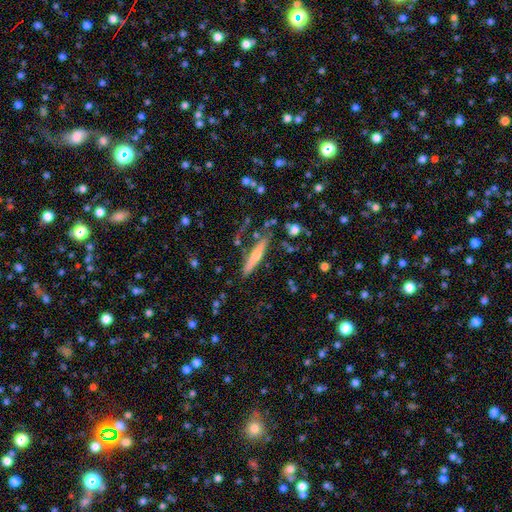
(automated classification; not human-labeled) Overall: smooth (49%; featured or disk 44%). Merging: none (71%).